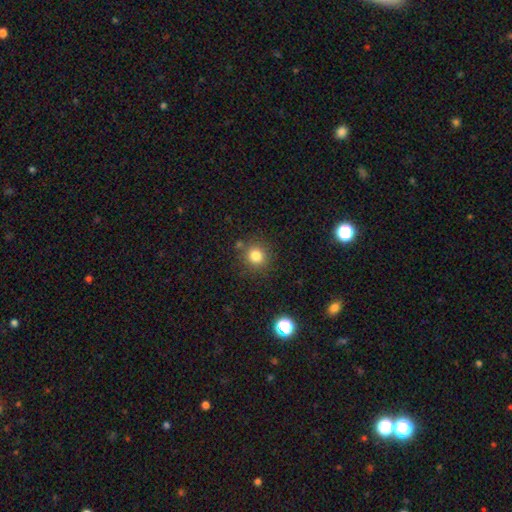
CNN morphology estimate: The model was most divided on "smooth or featured": smooth: 81%, star or artifact: 13%, featured or disk: 6%. More confident: how rounded — round (91%); merging — none (82%).